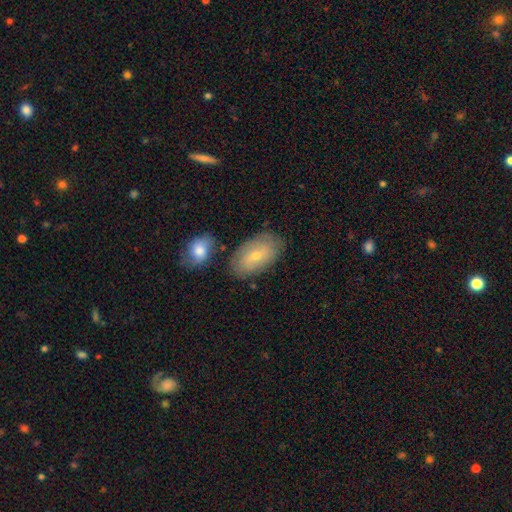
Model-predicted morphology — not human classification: Smooth or featured? Predicted: smooth (p=0.60). How rounded? Predicted: in between (p=0.92). Merging? Predicted: none (p=0.74).